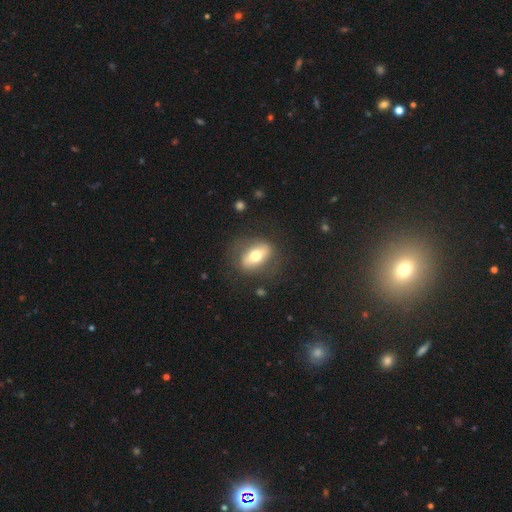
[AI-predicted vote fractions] This is possibly a smooth galaxy (54%). How rounded: clearly in between (80%). Merging: likely none (75%).